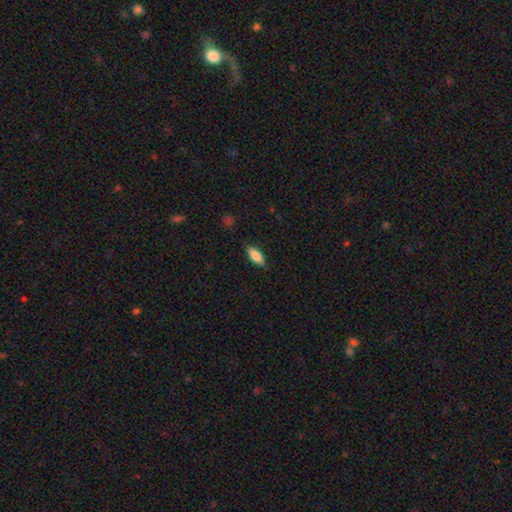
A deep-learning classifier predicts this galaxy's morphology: This appears to be a smooth galaxy with no disk features (73%) that is in between round and cigar-shaped (70%). Merging: none (83%).